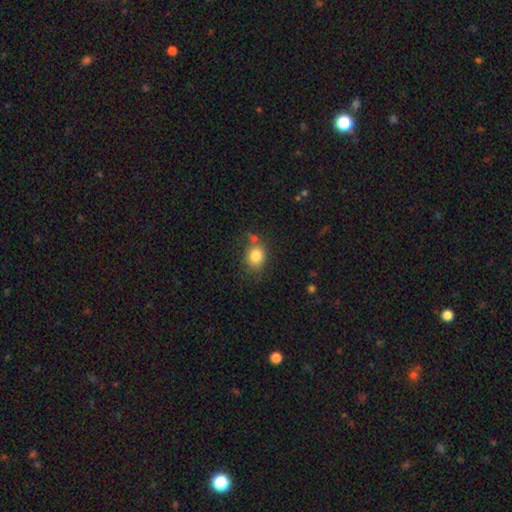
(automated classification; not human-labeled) Overall: smooth (83%). How rounded: round (55%; in between 44%). Merging: none (67%).